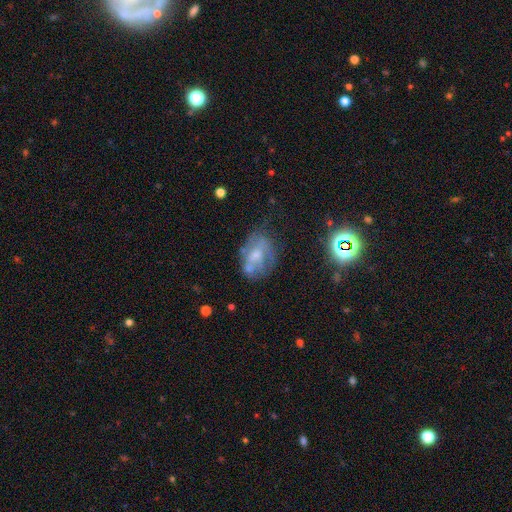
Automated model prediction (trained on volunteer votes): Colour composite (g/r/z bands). It shows a featured or disk galaxy (55%) with no bar (65%), no spiral arms (60%) and a small central bulge (43%). Merging: none (47%).